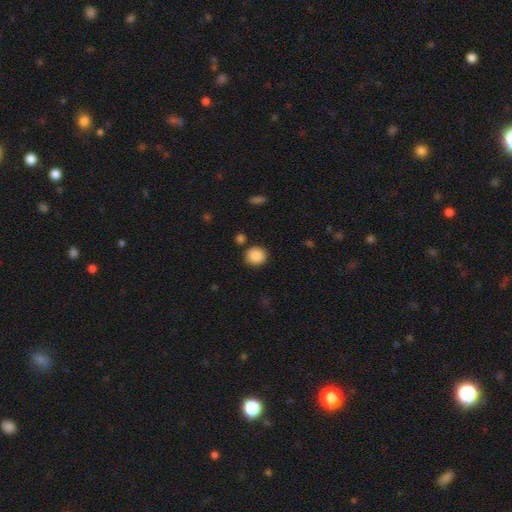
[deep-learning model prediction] Q: Smooth or featured?
A: smooth (88%); runner-up: star or artifact (8%)
Q: How rounded?
A: round (85%); runner-up: in between (14%)
Q: Merging?
A: none (85%); runner-up: minor disturbance (9%)